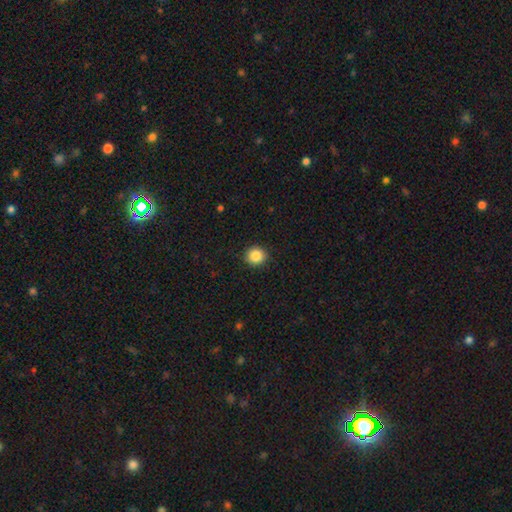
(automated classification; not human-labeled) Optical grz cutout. It shows a smooth galaxy with no disk features (86%) that is round (91%). Merging: none (92%).